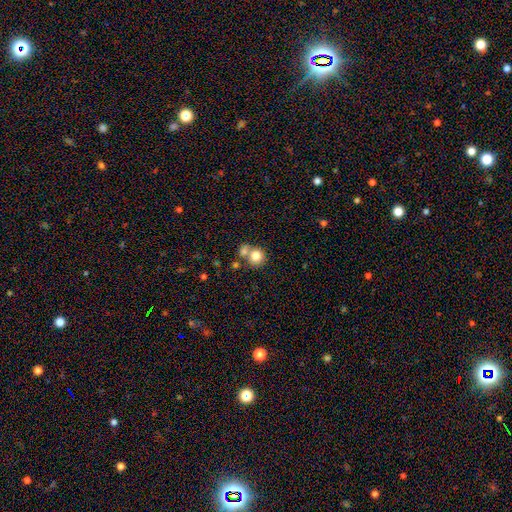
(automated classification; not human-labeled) Overall: smooth (80%). How rounded: round (87%). Merging: none (49%; merger 40%).